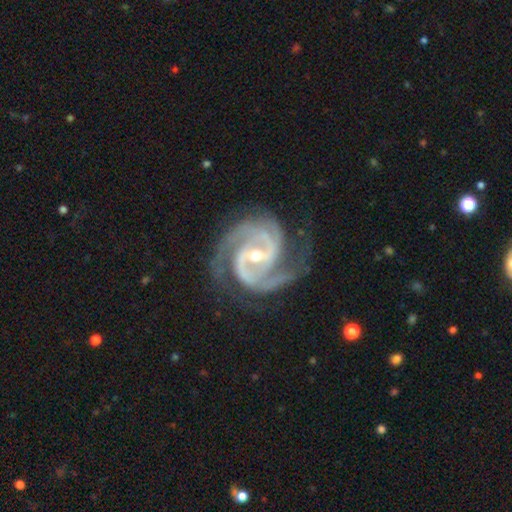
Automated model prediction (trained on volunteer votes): A featured or disk galaxy (94%) with a weak bar (43%), 2 (63%) medium (50%) spiral arms (99%) and a small central bulge (51%). Merging: none (71%).